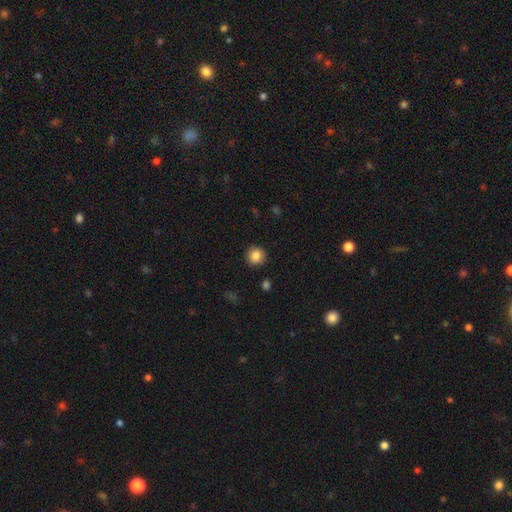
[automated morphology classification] Smooth or featured? Predicted: smooth (p=0.86). How rounded? Predicted: round (p=0.93). Merging? Predicted: none (p=0.91).